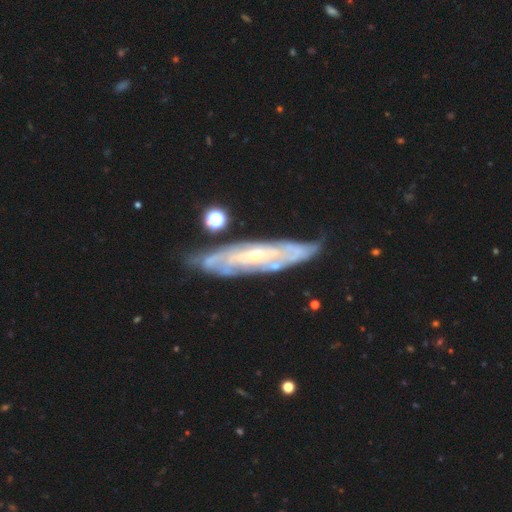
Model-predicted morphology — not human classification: This is clearly a featured or disk galaxy (84%). It is likely not viewed edge-on (76%). Bar: possibly no (57%). Spiral arm pattern: clearly yes (90%). Spiral arm count: possibly can't tell (54%). Spiral winding: likely tight (72%). Central bulge: likely small (65%). Merging: likely none (75%).